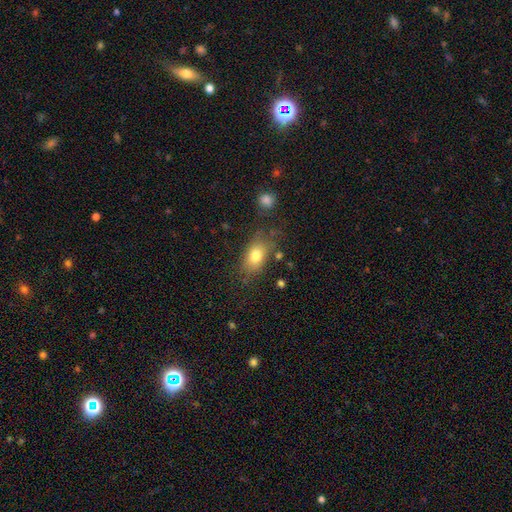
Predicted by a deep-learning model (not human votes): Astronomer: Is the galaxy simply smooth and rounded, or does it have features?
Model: smooth — 78%.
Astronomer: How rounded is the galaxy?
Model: in between — 84%.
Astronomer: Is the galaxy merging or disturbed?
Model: none — 70%.